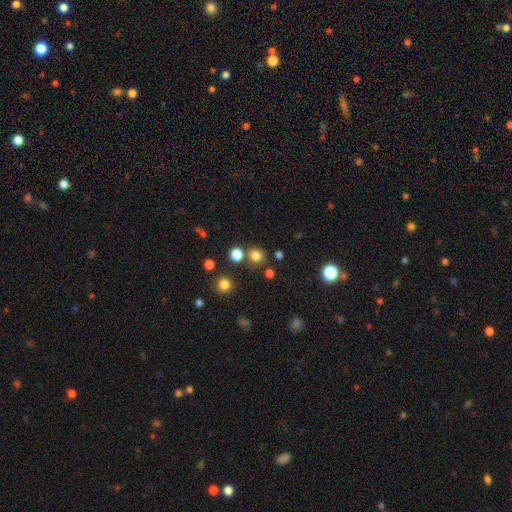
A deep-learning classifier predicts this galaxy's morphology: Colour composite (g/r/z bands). It shows a smooth galaxy with no disk features (78%) that is round (89%). Merging: none (78%).